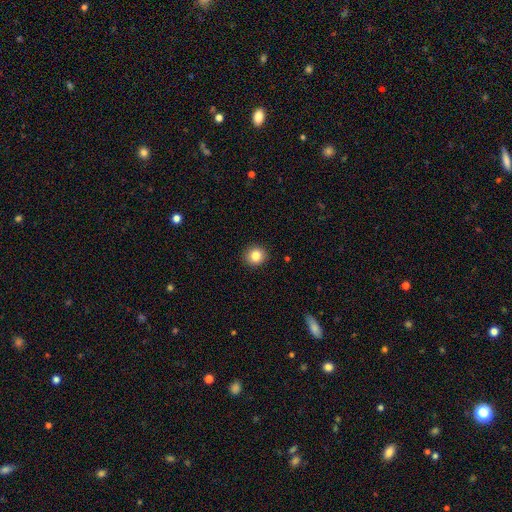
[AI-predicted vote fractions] This appears to be a smooth galaxy with no disk features (84%) that is round (87%). Merging: none (91%).